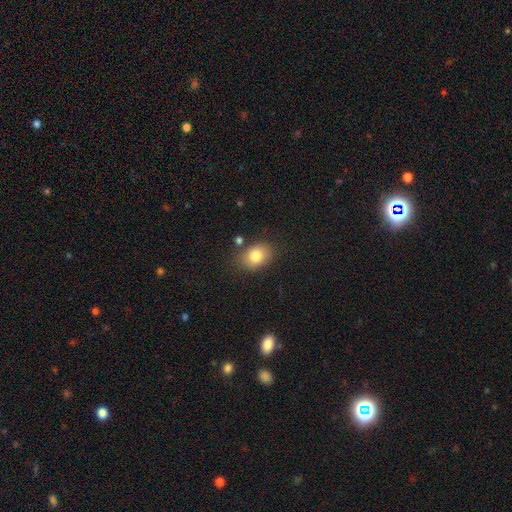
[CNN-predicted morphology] Smooth or featured? Predicted: smooth (p=0.82). How rounded? Predicted: in between (p=0.72). Merging? Predicted: none (p=0.76).